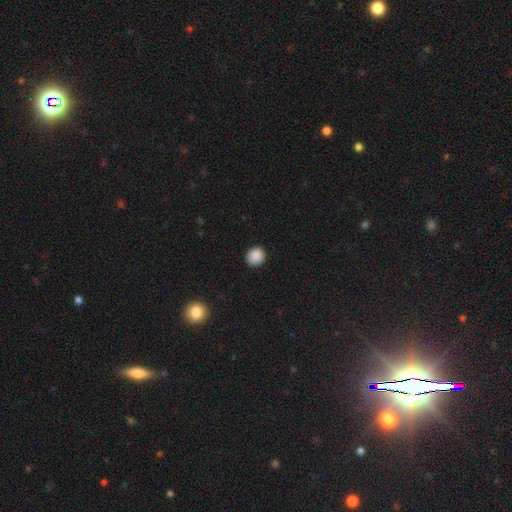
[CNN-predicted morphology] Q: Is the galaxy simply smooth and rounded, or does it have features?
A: smooth — 88%.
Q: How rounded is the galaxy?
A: round — 88%.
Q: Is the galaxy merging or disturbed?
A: none — 91%.